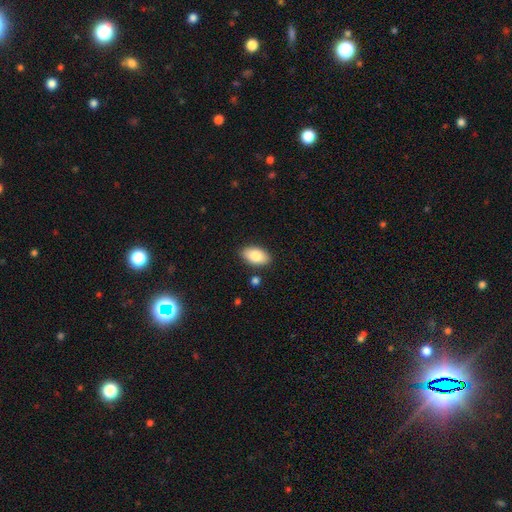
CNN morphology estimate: smooth_or_featured: smooth (p=0.82) [alt: featured or disk p=0.11]
how_rounded: in between (p=0.93) [alt: round p=0.04]
merging: none (p=0.85) [alt: minor disturbance p=0.10]